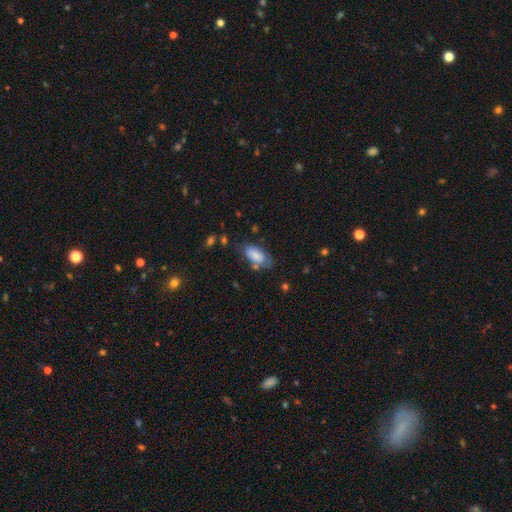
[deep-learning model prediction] smooth 78%, featured or disk 15%, star or artifact 7%. Down the decision tree: how rounded — in between (91%); merging — none (59%).